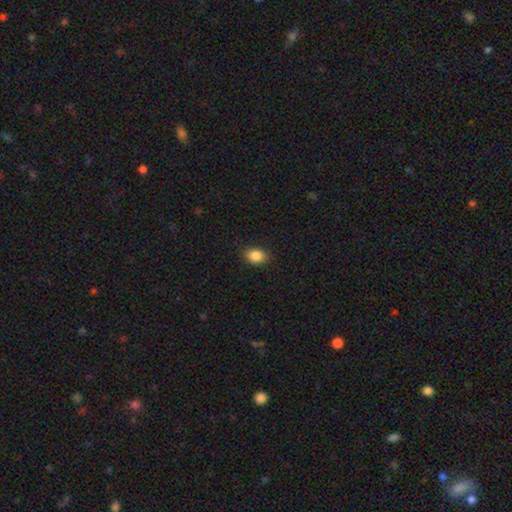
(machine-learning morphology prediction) Smooth or featured? smooth (87%)
How rounded? in between (74%)
Merging? none (87%)